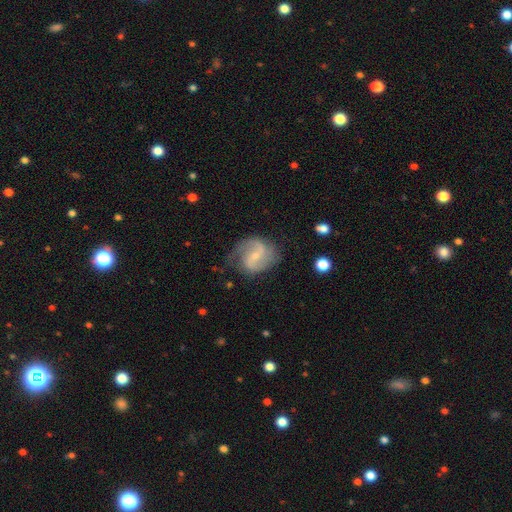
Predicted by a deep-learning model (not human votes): smooth-or-featured: featured or disk: 83% | smooth: 12% | star or artifact: 5%
  disk-edge-on: no: 98% | yes: 2%
    bar: weak: 53% | no: 25% | strong: 22%
    has-spiral-arms: yes: 95% | no: 5%
      spiral-winding: medium: 46% | loose: 38% | tight: 15%
      spiral-arm-count: 2: 86% | can't tell: 5% | 1: 4% | 3: 2% | 4: 1% | more than 4: 1%
    bulge-size: small: 63% | moderate: 25% | none: 10% | large: 1% | dominant: 1%
  merging: none: 65% | minor disturbance: 22% | major disturbance: 11% | merger: 2%